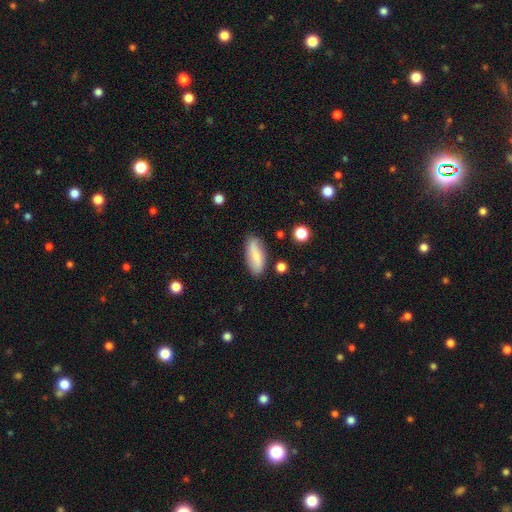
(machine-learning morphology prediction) Smooth or featured?
  - smooth: 73% *
  - featured or disk: 20%
  - star or artifact: 7%
How rounded?
  - in between: 70% *
  - cigar-shaped: 27%
  - round: 3%
Merging?
  - none: 80% *
  - minor disturbance: 14%
  - major disturbance: 3%
  - merger: 3%